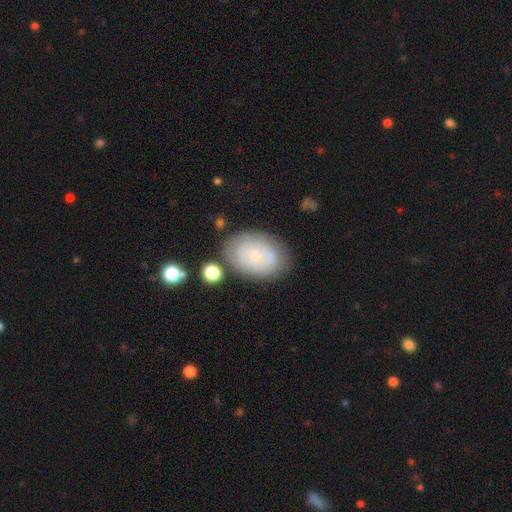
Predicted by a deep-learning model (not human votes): The model was most divided on "smooth or featured": smooth: 58%, featured or disk: 33%, star or artifact: 9%. More confident: how rounded — in between (82%); merging — none (68%).